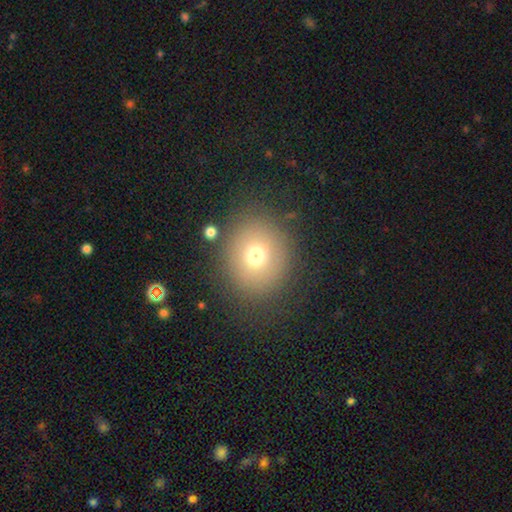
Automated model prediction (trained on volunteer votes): smooth-or-featured: smooth: 70% | star or artifact: 16% | featured or disk: 14%
  how-rounded: round: 81% | in between: 18% | cigar-shaped: 1%
  merging: none: 82% | minor disturbance: 10% | major disturbance: 6% | merger: 3%